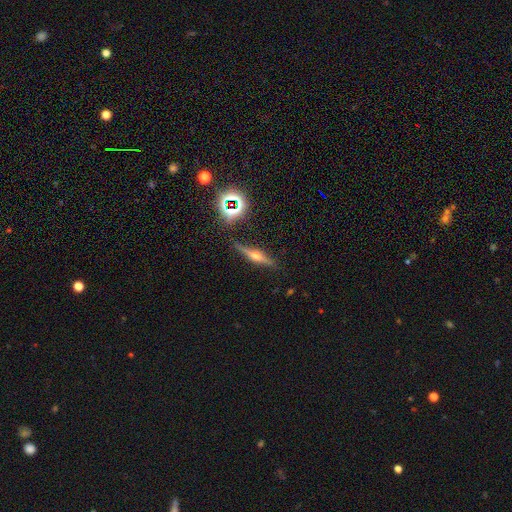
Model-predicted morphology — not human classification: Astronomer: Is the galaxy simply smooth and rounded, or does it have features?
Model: featured or disk — 66%.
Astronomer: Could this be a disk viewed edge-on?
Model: yes — 96%.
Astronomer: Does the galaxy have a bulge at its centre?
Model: rounded — 92%.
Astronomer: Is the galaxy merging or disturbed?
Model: none — 86%.